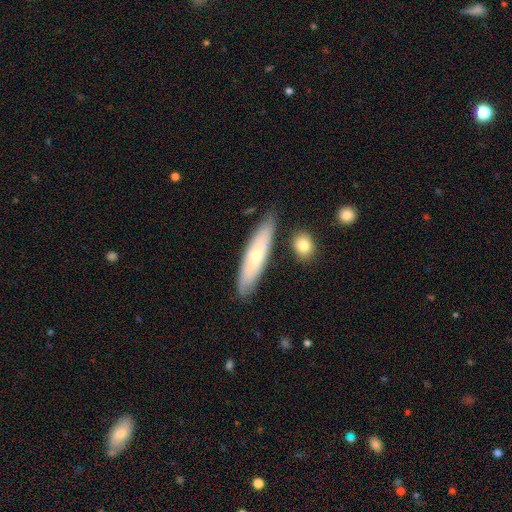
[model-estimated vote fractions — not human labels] This appears to be a smooth galaxy with no disk features (54%) that is cigar-shaped (76%). Merging: none (81%).